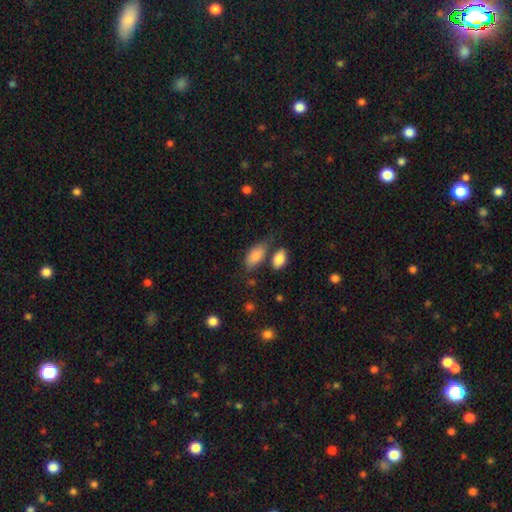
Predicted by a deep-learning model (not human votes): The model was most divided on "merging": none: 57%, minor disturbance: 20%, merger: 16%, major disturbance: 7%. More confident: how rounded — in between (89%); smooth or featured — smooth (83%).